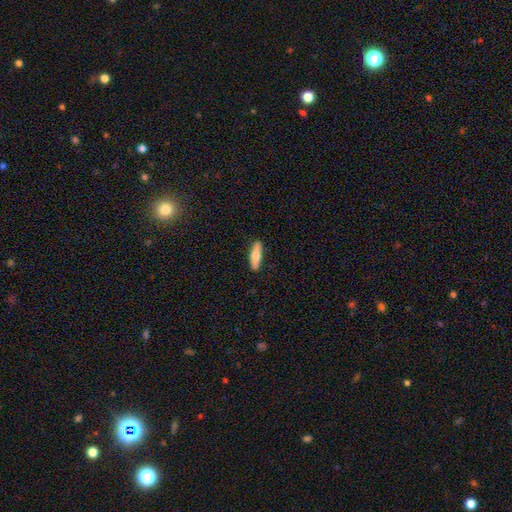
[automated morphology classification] This appears to be a smooth galaxy with no disk features (69%) that is cigar-shaped (63%). Merging: none (89%).